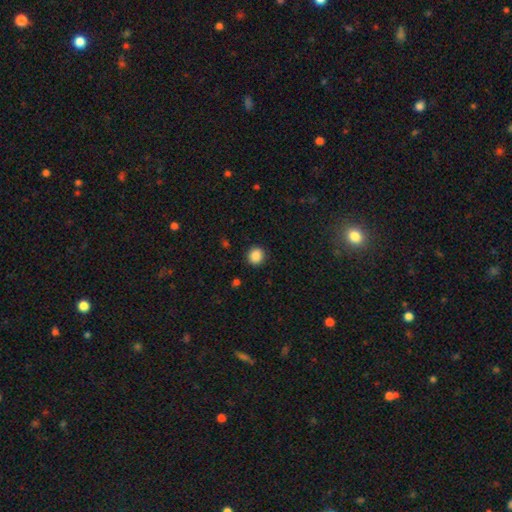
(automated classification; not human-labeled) A smooth galaxy with no disk features (88%) that is round (90%). Merging: none (91%).